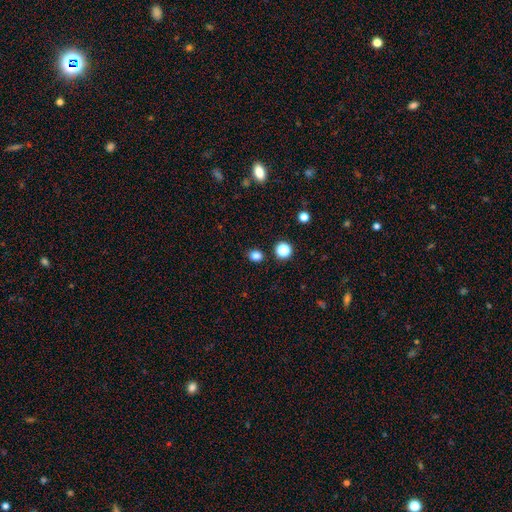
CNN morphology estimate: A smooth galaxy with no disk features (82%) that is round (62%).

Vote fractions:
- Smooth or featured? smooth: 82% / star or artifact: 15% / featured or disk: 4%
- How rounded? round: 62% / in between: 37% / cigar-shaped: 1%
- Merging? none: 88% / minor disturbance: 7% / merger: 3% / major disturbance: 2%